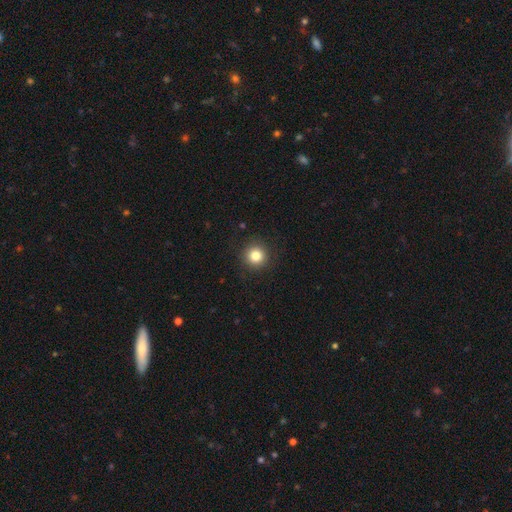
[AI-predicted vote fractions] Smooth or featured?
  - smooth: 83% *
  - star or artifact: 12%
  - featured or disk: 5%
How rounded?
  - round: 95% *
  - in between: 4%
  - cigar-shaped: 1%
Merging?
  - none: 91% *
  - minor disturbance: 6%
  - major disturbance: 2%
  - merger: 1%